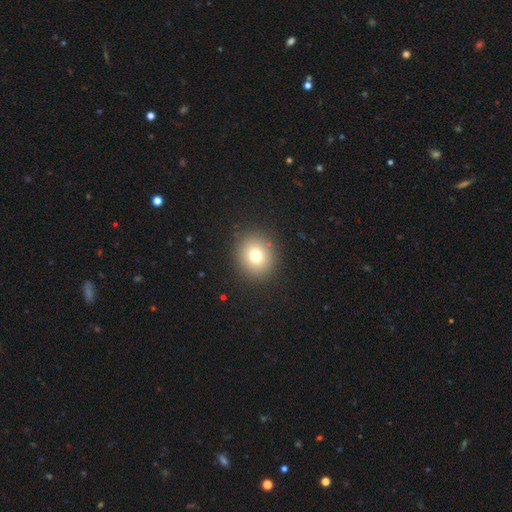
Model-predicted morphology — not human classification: smooth-or-featured: smooth: 75% | star or artifact: 14% | featured or disk: 12%
  how-rounded: round: 83% | in between: 16% | cigar-shaped: 1%
  merging: none: 90% | minor disturbance: 6% | major disturbance: 3% | merger: 1%